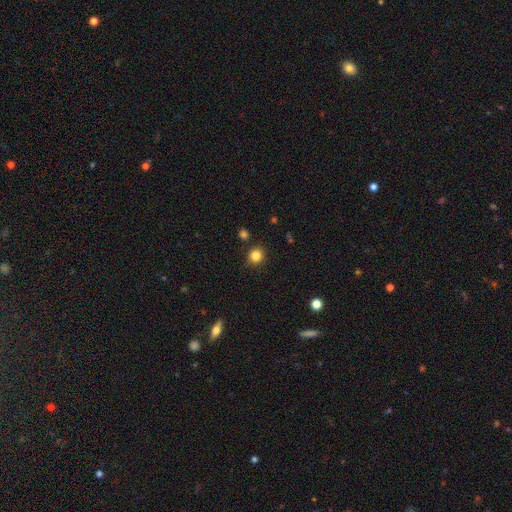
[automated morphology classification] smooth_or_featured: smooth (p=0.84) [alt: star or artifact p=0.12]
how_rounded: round (p=0.91) [alt: in between p=0.08]
merging: none (p=0.89) [alt: minor disturbance p=0.07]